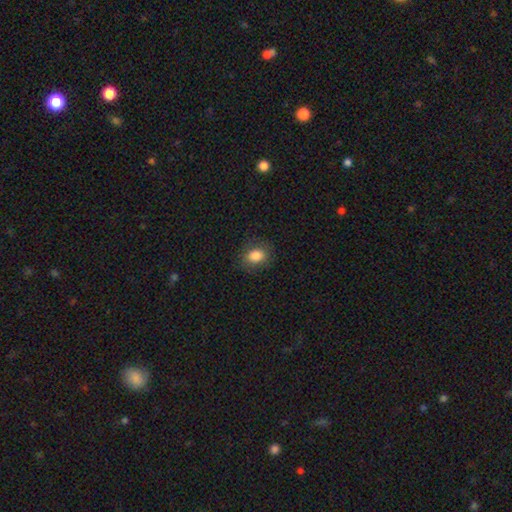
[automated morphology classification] This appears to be a smooth galaxy with no disk features (84%) that is in between round and cigar-shaped (55%). Merging: none (83%).